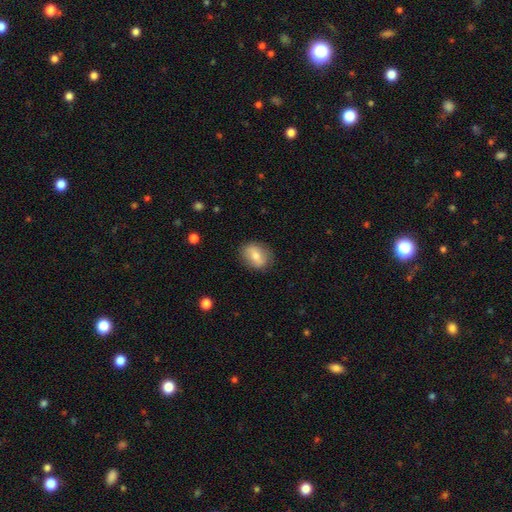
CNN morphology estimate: Smooth or featured? smooth (68%)
How rounded? in between (63%)
Merging? none (83%)